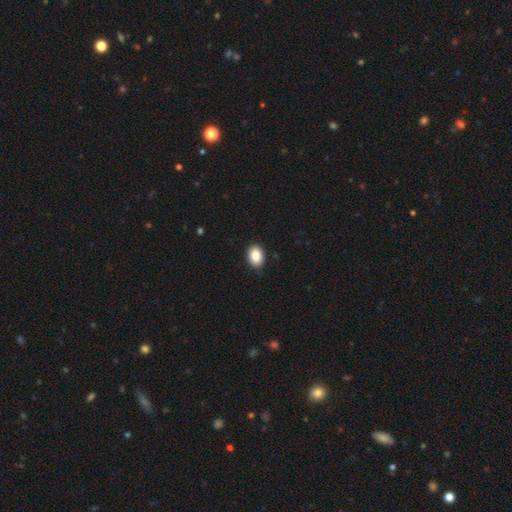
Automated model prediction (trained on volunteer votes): This appears to be a smooth galaxy with no disk features (87%) that is in between round and cigar-shaped (79%). Merging: none (90%).